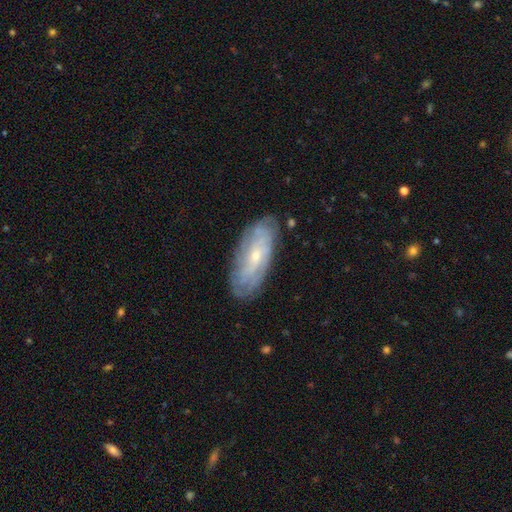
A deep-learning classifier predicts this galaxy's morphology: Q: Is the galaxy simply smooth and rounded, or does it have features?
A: featured or disk — 71%.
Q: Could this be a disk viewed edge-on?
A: no — 86%.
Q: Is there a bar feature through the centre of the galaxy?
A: no — 62%.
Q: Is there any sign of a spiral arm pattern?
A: yes — 83%.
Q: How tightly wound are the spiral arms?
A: tight — 69%.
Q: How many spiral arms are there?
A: can't tell — 63%.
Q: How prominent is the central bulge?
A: small — 73%.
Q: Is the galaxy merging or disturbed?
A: none — 82%.